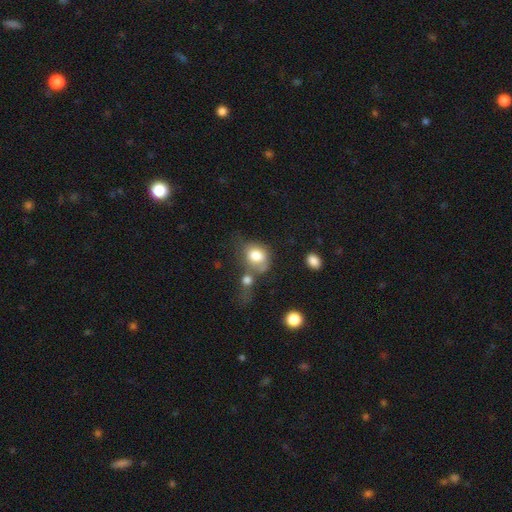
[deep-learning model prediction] This is likely a smooth galaxy (77%). How rounded: possibly in between (51%). Merging: marginally none (32%).